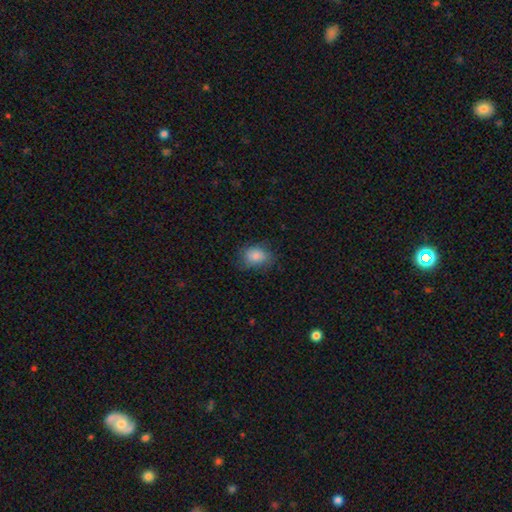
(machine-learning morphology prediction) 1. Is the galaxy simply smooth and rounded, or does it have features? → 84% smooth, 9% star or artifact, 7% featured or disk.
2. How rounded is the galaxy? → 65% in between, 34% round, 1% cigar-shaped.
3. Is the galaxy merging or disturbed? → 74% none, 20% minor disturbance, 6% major disturbance, 1% merger.